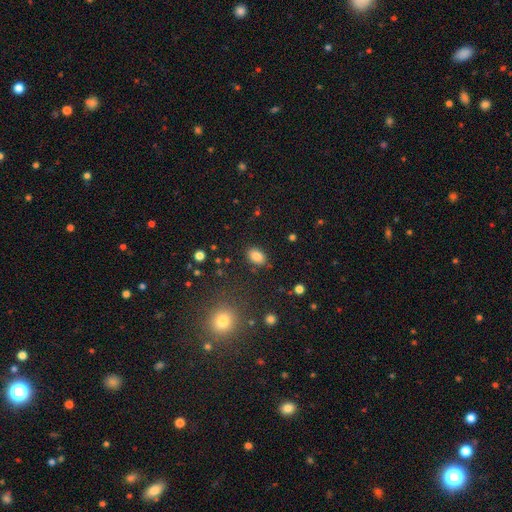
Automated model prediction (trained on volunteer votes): This is clearly a smooth galaxy (83%). How rounded: clearly in between (83%). Merging: clearly none (84%).